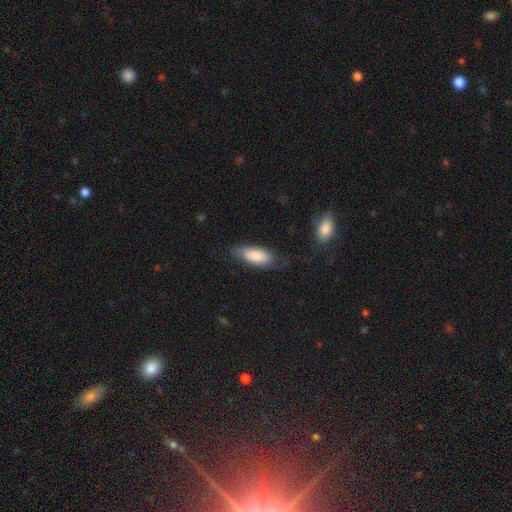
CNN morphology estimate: smooth-or-featured: smooth: 79% | featured or disk: 15% | star or artifact: 6%
  how-rounded: in between: 79% | cigar-shaped: 19% | round: 2%
  merging: none: 63% | minor disturbance: 26% | major disturbance: 9% | merger: 2%